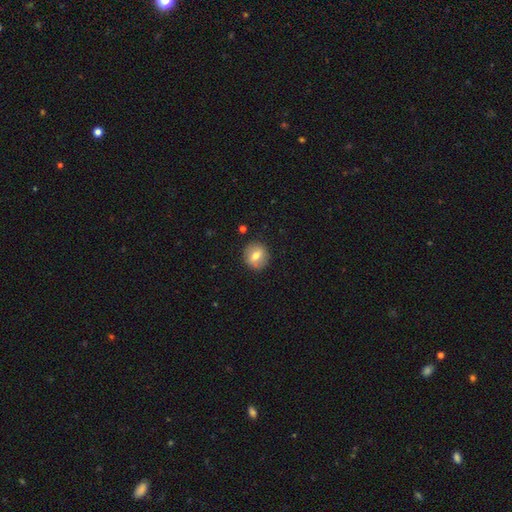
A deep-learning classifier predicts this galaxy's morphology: Smooth or featured? smooth (65%)
How rounded? round (84%)
Merging? none (87%)